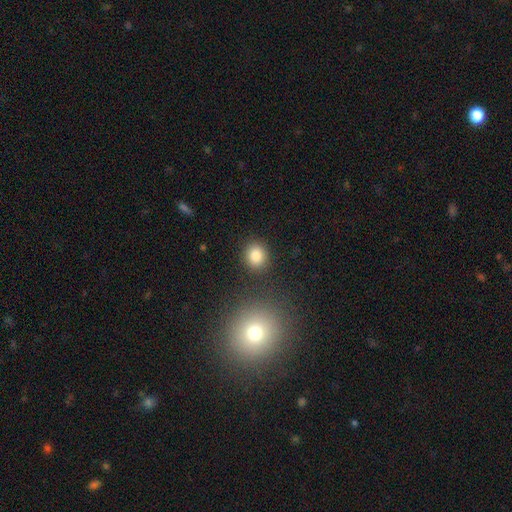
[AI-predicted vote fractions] smooth-or-featured: smooth: 84% | star or artifact: 11% | featured or disk: 5%
  how-rounded: round: 75% | in between: 24% | cigar-shaped: 1%
  merging: none: 86% | minor disturbance: 8% | merger: 3% | major disturbance: 3%